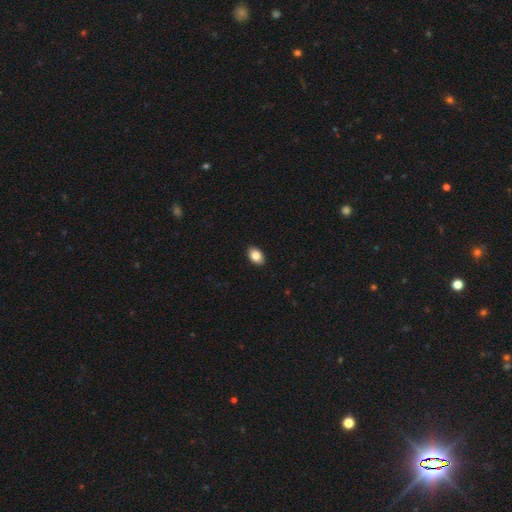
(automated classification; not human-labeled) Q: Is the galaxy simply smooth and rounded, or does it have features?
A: smooth — 84%.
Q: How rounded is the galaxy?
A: in between — 88%.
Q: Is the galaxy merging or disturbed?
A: none — 91%.